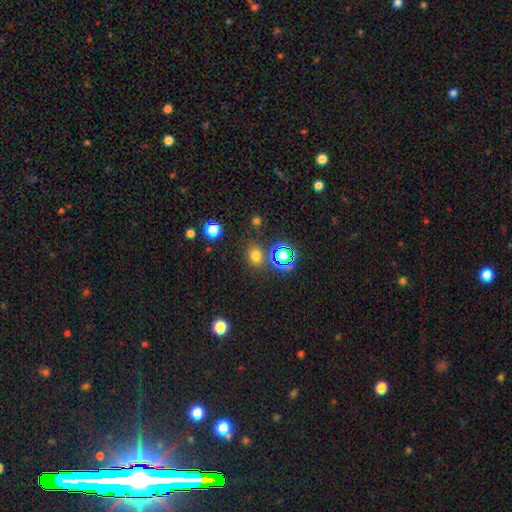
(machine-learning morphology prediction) Smooth or featured?
  - smooth: 68% *
  - star or artifact: 25%
  - featured or disk: 7%
How rounded?
  - round: 64% *
  - in between: 35%
  - cigar-shaped: 1%
Merging?
  - none: 80% *
  - minor disturbance: 10%
  - merger: 7%
  - major disturbance: 4%